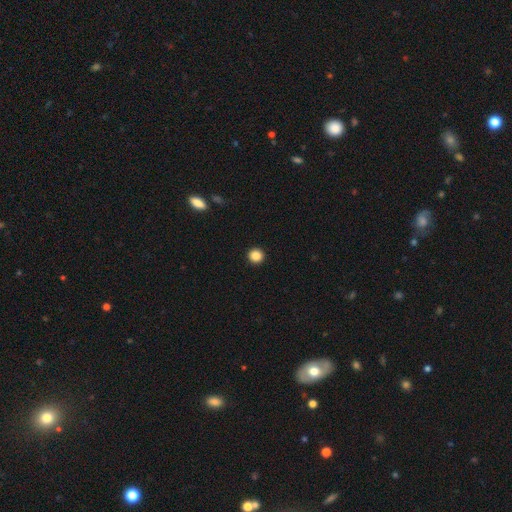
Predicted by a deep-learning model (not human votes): Smooth or featured? Predicted: smooth (p=0.86). How rounded? Predicted: round (p=0.95). Merging? Predicted: none (p=0.94).